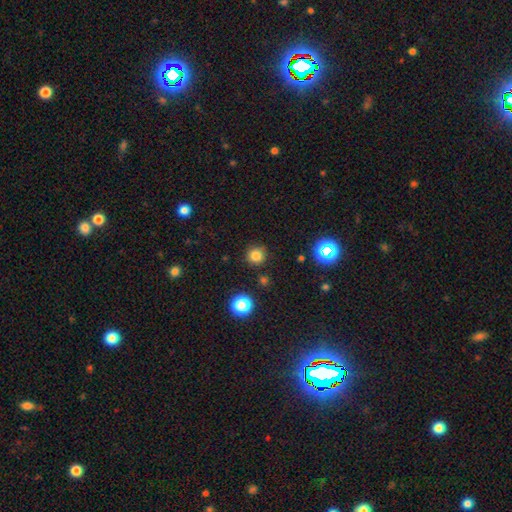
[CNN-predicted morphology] type=smooth (80%); roundness=round (94%); merging=none (88%).